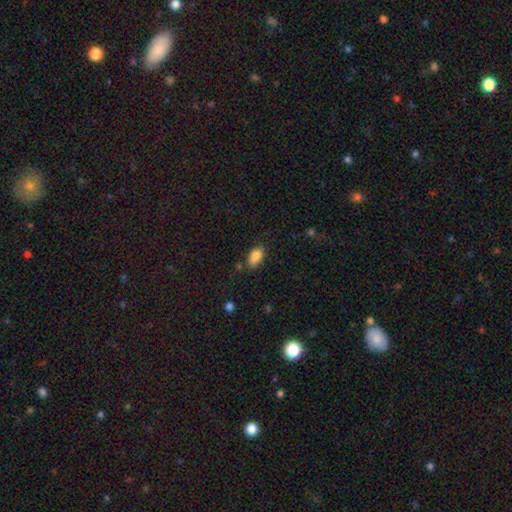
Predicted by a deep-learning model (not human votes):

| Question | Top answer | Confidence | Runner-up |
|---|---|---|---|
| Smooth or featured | smooth | 86% | star or artifact (8%) |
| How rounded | in between | 91% | round (6%) |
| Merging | none | 73% | minor disturbance (18%) |